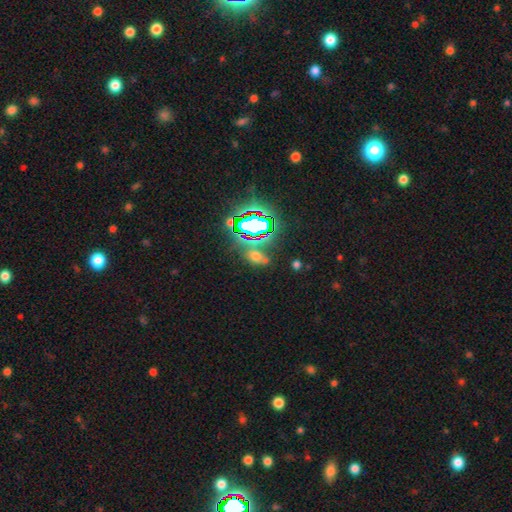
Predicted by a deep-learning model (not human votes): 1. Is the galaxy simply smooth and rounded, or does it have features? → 51% star or artifact, 36% smooth, 12% featured or disk.